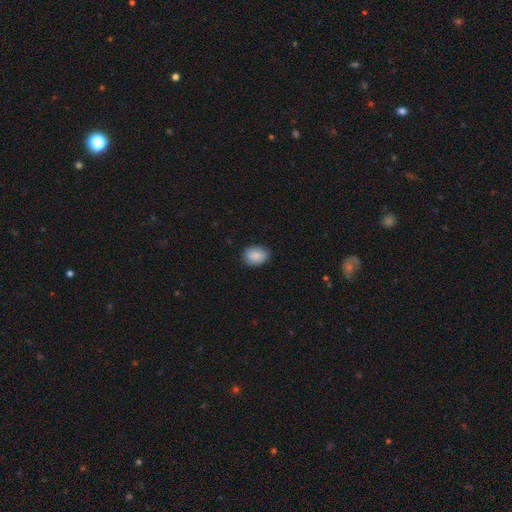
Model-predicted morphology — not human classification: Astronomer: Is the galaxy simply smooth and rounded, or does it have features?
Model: smooth — 88%.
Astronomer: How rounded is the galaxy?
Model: in between — 59% (runner-up: round, 40%).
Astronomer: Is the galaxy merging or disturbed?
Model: none — 84%.